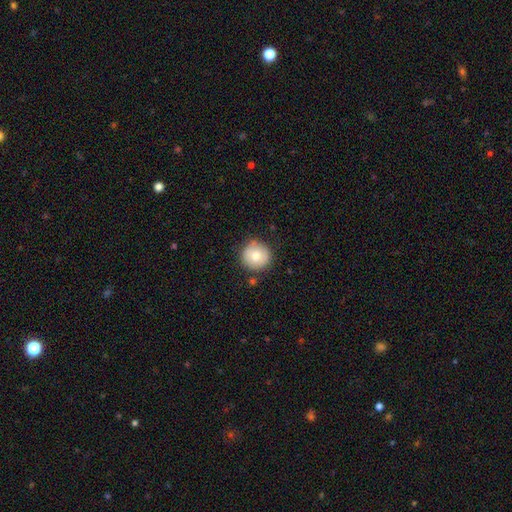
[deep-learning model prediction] Smooth or featured?
  - smooth: 76% *
  - featured or disk: 16%
  - star or artifact: 8%
How rounded?
  - round: 95% *
  - in between: 4%
  - cigar-shaped: 1%
Merging?
  - none: 83% *
  - minor disturbance: 11%
  - merger: 3%
  - major disturbance: 2%